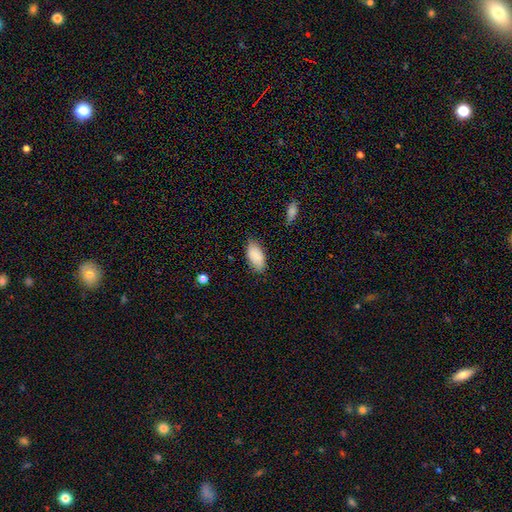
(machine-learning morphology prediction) This appears to be a smooth galaxy with no disk features (86%) that is in between round and cigar-shaped (94%). Merging: none (78%).